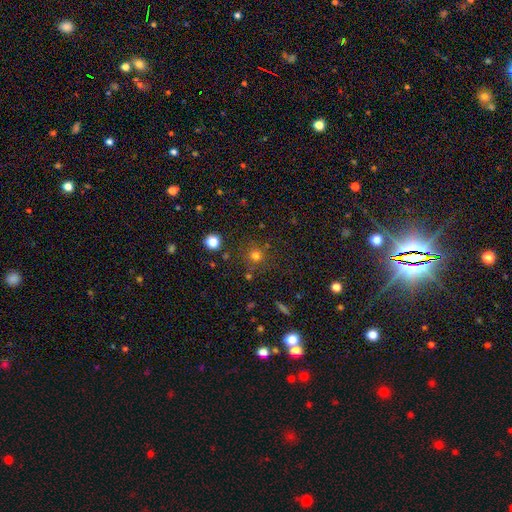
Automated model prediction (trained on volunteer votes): A smooth galaxy with no disk features (73%) that is round (91%).

Vote fractions:
- Smooth or featured? smooth: 73% / star or artifact: 20% / featured or disk: 7%
- How rounded? round: 91% / in between: 8% / cigar-shaped: 1%
- Merging? none: 78% / minor disturbance: 10% / merger: 7% / major disturbance: 5%